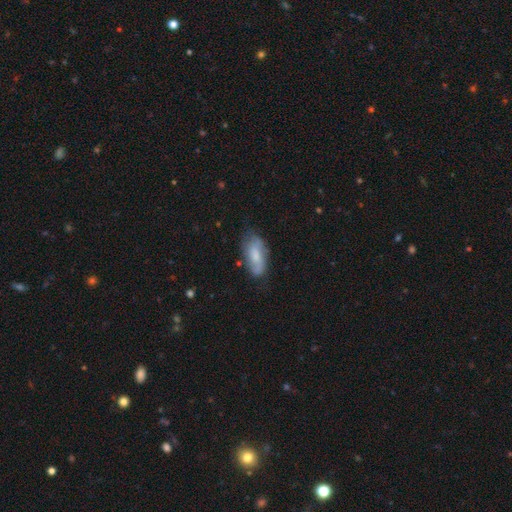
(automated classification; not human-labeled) smooth_or_featured: smooth (p=0.61) [alt: featured or disk p=0.32]
how_rounded: in between (p=0.85) [alt: cigar-shaped p=0.12]
merging: none (p=0.64) [alt: minor disturbance p=0.26]